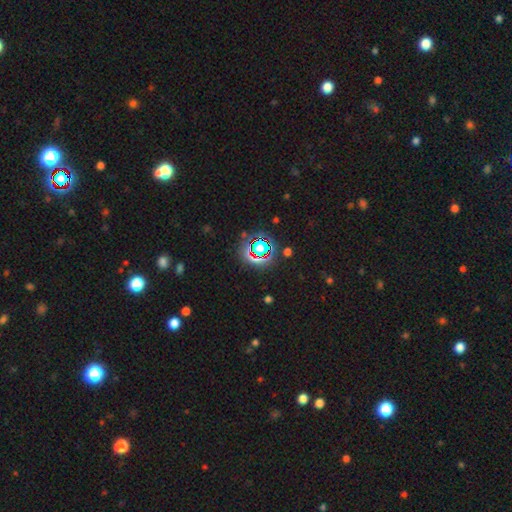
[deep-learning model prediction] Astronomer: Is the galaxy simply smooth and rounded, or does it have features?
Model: star or artifact — 66%.